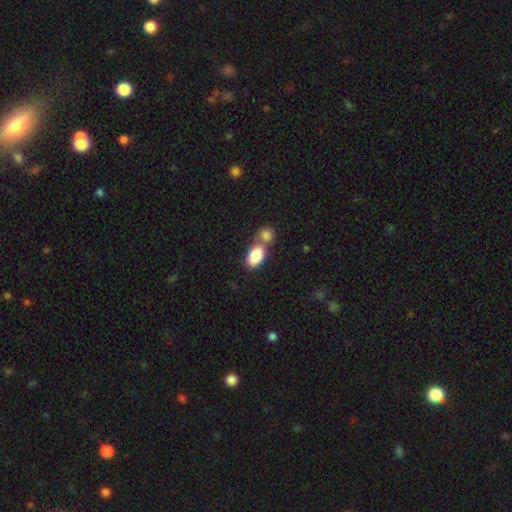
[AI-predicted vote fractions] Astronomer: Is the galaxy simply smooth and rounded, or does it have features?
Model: smooth — 85%.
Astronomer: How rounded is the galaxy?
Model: in between — 92%.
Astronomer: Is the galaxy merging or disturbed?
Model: merger — 53% (runner-up: none, 34%).